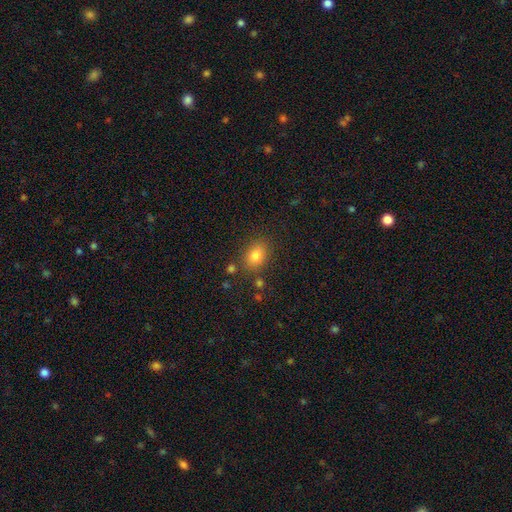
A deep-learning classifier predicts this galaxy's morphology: This appears to be a smooth galaxy with no disk features (81%) that is in between round and cigar-shaped (67%). Merging: none (79%).